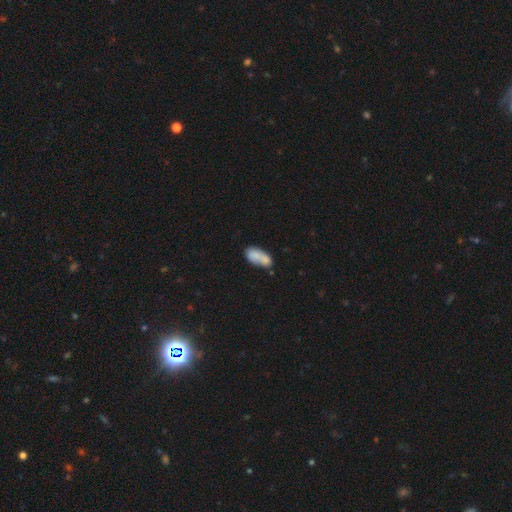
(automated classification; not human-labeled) This appears to be a smooth galaxy with no disk features (74%) that is in between round and cigar-shaped (86%). Merging: none (46%).